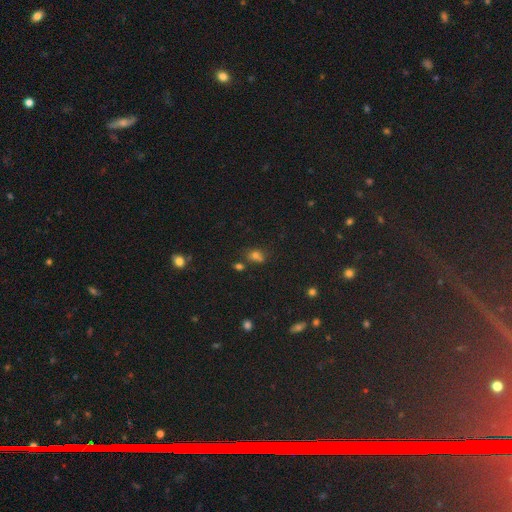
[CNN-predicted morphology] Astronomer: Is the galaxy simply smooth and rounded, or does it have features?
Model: smooth — 63%.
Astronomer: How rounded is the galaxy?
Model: round — 51% (runner-up: in between, 47%).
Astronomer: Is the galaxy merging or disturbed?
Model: none — 61%.